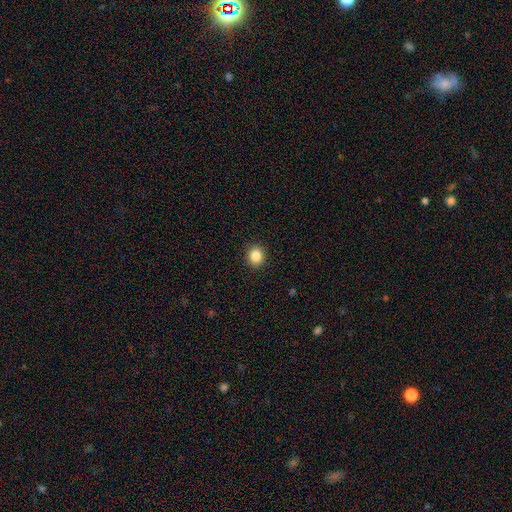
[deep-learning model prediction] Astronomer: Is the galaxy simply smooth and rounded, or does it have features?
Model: smooth — 86%.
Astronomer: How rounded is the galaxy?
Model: round — 76%.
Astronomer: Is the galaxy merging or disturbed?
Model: none — 91%.